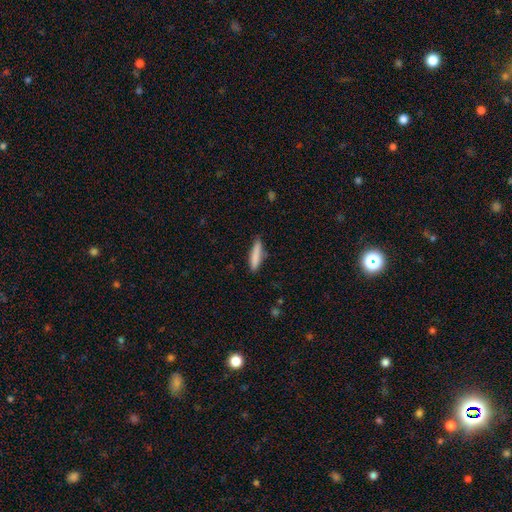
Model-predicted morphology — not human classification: Q: Smooth or featured?
A: smooth (83%); runner-up: featured or disk (11%)
Q: How rounded?
A: cigar-shaped (82%); runner-up: in between (17%)
Q: Merging?
A: none (79%); runner-up: minor disturbance (16%)